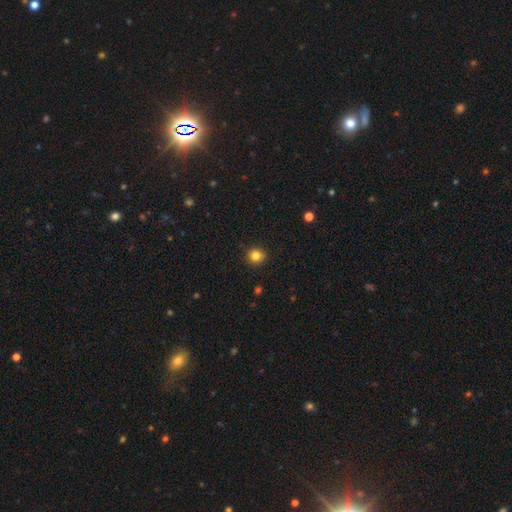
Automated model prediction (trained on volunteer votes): smooth_or_featured: smooth (p=0.82) [alt: star or artifact p=0.12]
how_rounded: round (p=0.84) [alt: in between p=0.15]
merging: none (p=0.89) [alt: minor disturbance p=0.08]